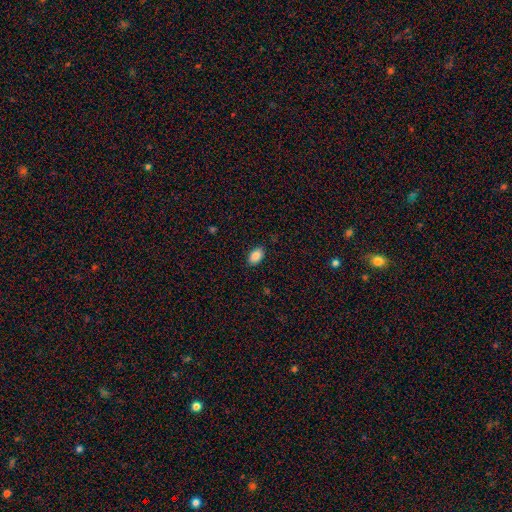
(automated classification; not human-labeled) Smooth or featured: smooth — 88% (star or artifact — 8%)
How rounded: in between — 89% (round — 9%)
Merging: none — 87% (minor disturbance — 9%)